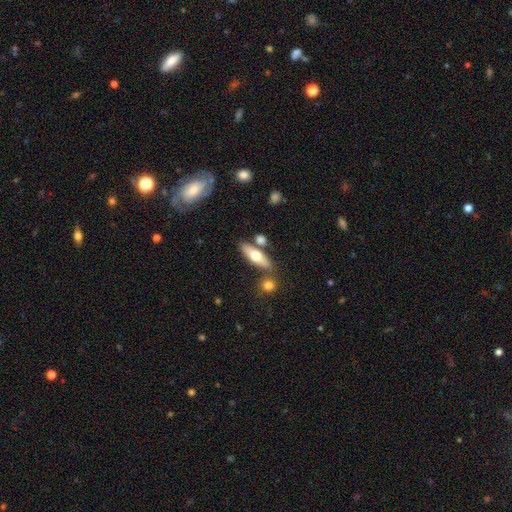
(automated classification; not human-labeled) Smooth or featured? smooth (57%)
How rounded? in between (51%)
Merging? none (72%)